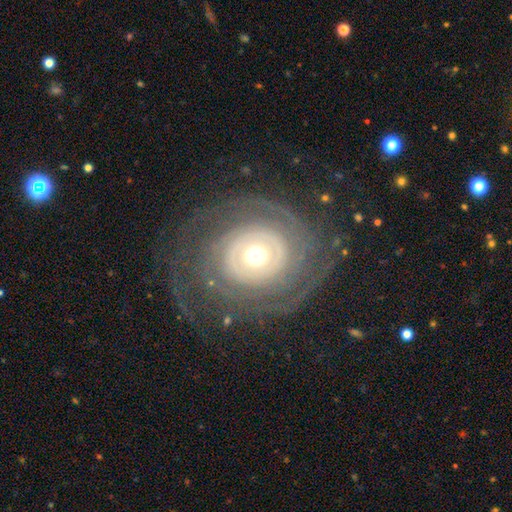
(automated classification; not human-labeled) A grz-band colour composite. It shows a featured or disk galaxy (83%) with no bar (79%), tight (78%) spiral arms (81%) and a moderate central bulge (65%). Merging: none (75%).